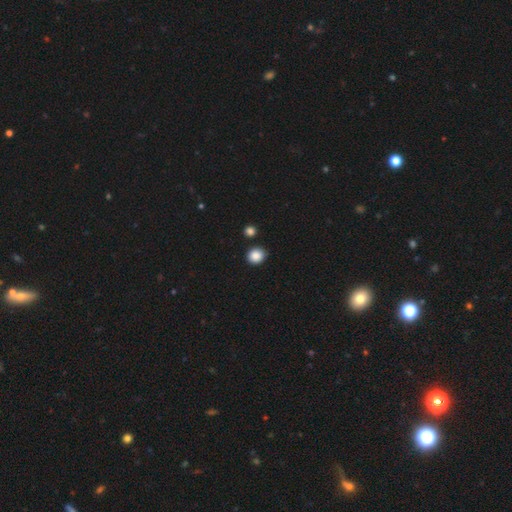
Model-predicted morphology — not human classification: Overall: smooth (88%). How rounded: round (80%). Merging: none (87%).